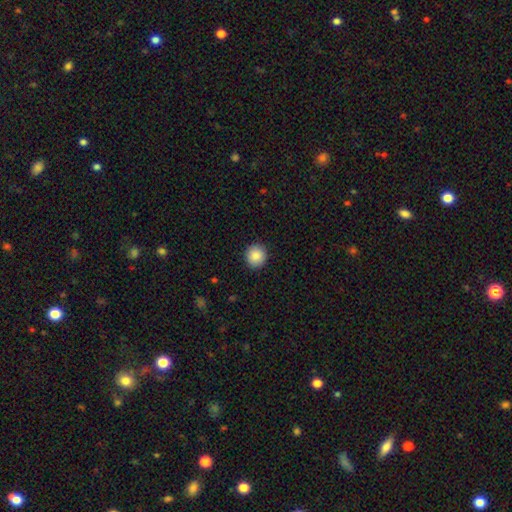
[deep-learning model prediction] This appears to be a smooth galaxy with no disk features (87%) that is round (90%). Merging: none (91%).